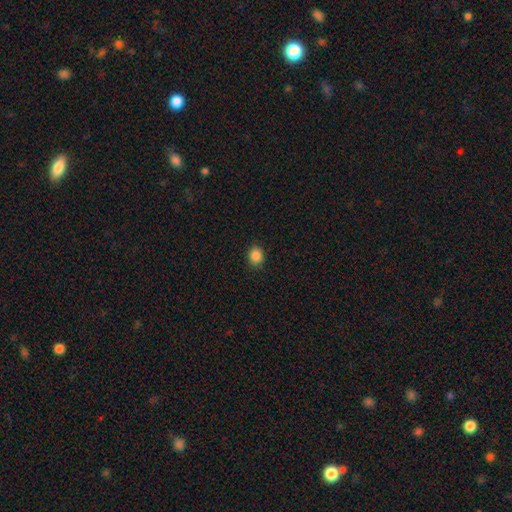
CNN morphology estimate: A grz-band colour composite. It shows a smooth galaxy with no disk features (87%) that is round (63%). Merging: none (88%).